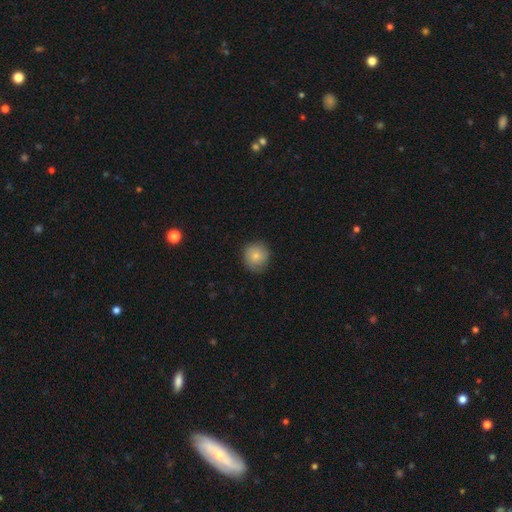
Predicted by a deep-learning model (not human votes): smooth-or-featured: smooth: 78% | featured or disk: 13% | star or artifact: 9%
  how-rounded: round: 90% | in between: 9% | cigar-shaped: 1%
  merging: none: 81% | minor disturbance: 15% | major disturbance: 3% | merger: 1%